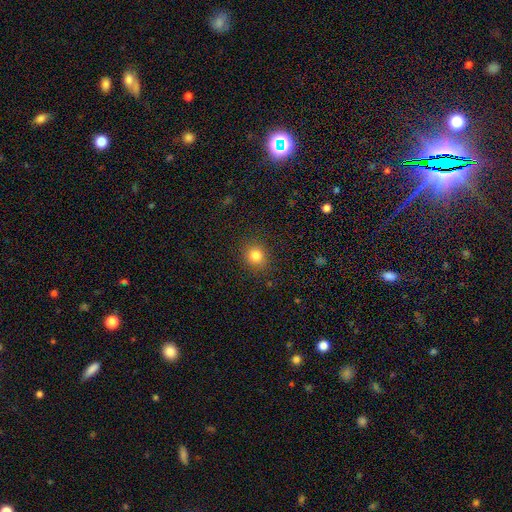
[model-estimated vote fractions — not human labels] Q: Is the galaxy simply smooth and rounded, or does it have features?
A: smooth — 82%.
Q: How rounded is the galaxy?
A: round — 85%.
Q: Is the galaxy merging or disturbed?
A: none — 89%.